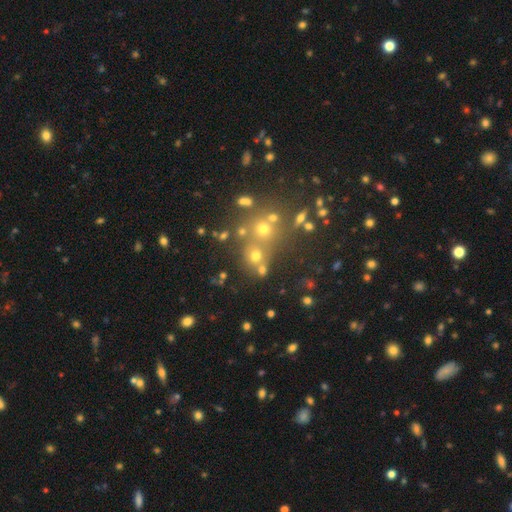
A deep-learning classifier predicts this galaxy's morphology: The model was most divided on "merging": none: 56%, merger: 29%, minor disturbance: 10%, major disturbance: 5%. More confident: how rounded — round (80%); smooth or featured — smooth (60%).